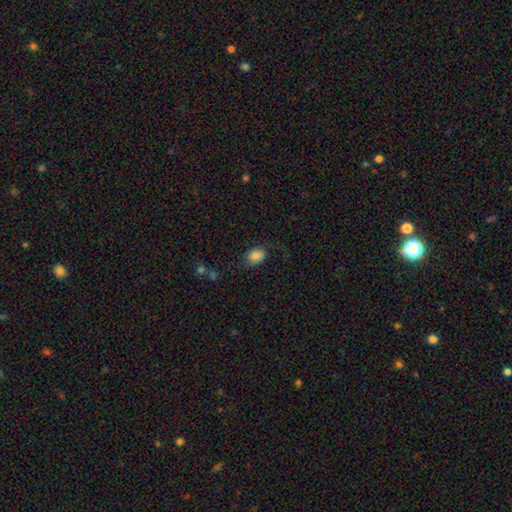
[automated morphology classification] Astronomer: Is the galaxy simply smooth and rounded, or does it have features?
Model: smooth — 79%.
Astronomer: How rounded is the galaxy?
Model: in between — 71%.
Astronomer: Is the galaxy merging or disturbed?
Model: none — 60%.